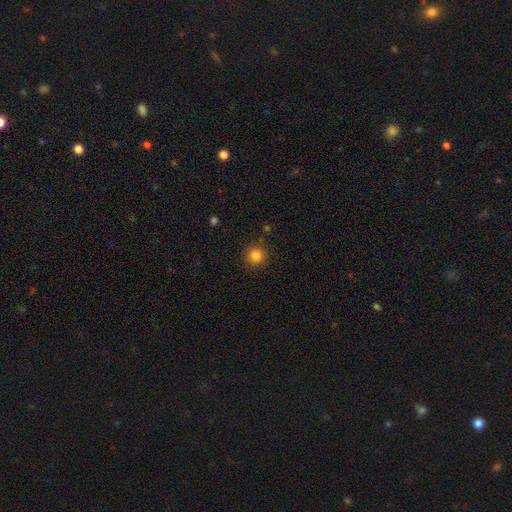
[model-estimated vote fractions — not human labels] This appears to be a smooth galaxy with no disk features (83%) that is round (95%). Merging: none (90%).